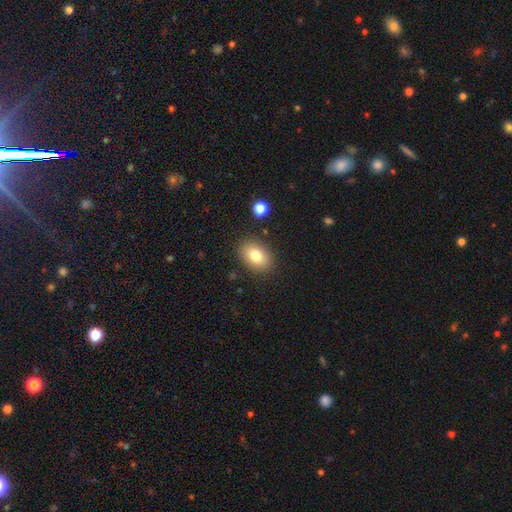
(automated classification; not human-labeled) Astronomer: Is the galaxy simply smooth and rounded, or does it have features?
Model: smooth — 80%.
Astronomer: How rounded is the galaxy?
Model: in between — 79%.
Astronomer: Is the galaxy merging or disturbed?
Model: none — 85%.